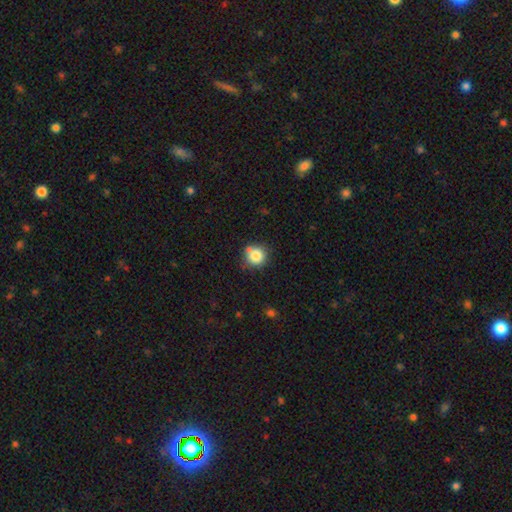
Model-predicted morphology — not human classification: The model was most divided on "merging": none: 74%, minor disturbance: 15%, merger: 7%, major disturbance: 3%. More confident: how rounded — round (92%); smooth or featured — smooth (83%).